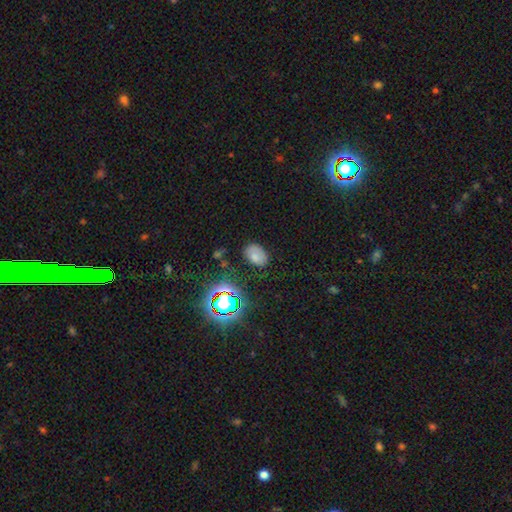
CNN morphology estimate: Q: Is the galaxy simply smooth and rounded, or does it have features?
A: smooth — 71%.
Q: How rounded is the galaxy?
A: in between — 86%.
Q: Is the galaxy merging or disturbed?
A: none — 76%.